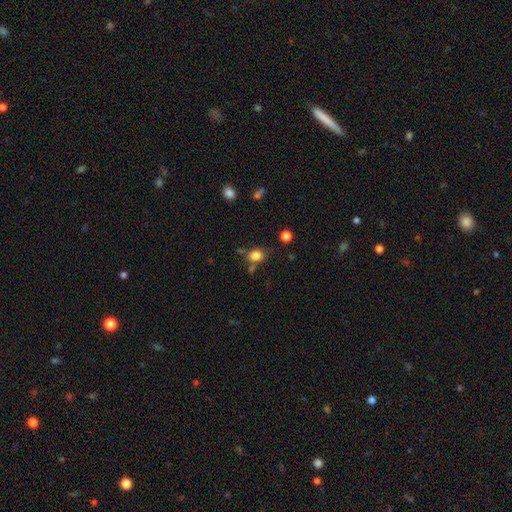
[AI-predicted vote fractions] smooth-or-featured: smooth: 82% | star or artifact: 12% | featured or disk: 6%
  how-rounded: round: 67% | in between: 31% | cigar-shaped: 1%
  merging: none: 68% | minor disturbance: 16% | merger: 10% | major disturbance: 5%